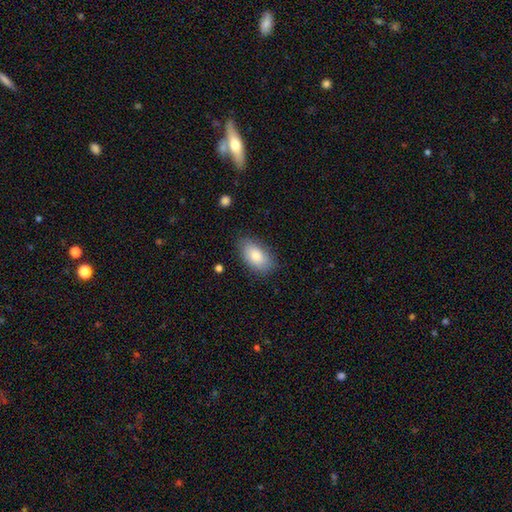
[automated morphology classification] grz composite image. It shows a smooth galaxy with no disk features (82%) that is in between round and cigar-shaped (93%). Merging: none (81%).